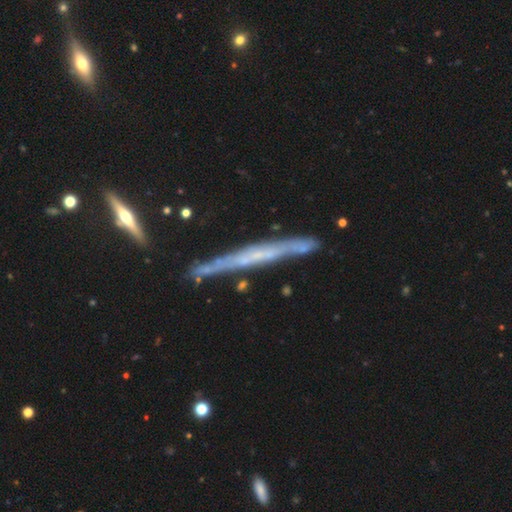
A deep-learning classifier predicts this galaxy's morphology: The model was most divided on "smooth or featured": featured or disk: 69%, smooth: 24%, star or artifact: 7%. More confident: edge-on disk — yes (95%); merging — none (80%); edge-on bulge — none (74%).